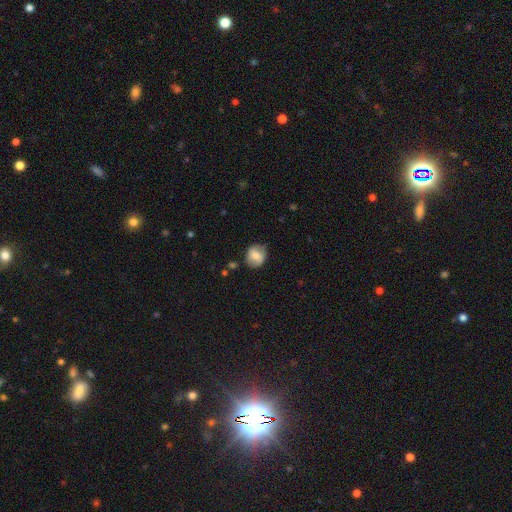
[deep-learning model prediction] Smooth or featured: smooth — 67% (featured or disk — 25%)
How rounded: round — 69% (in between — 29%)
Merging: none — 71% (minor disturbance — 21%)